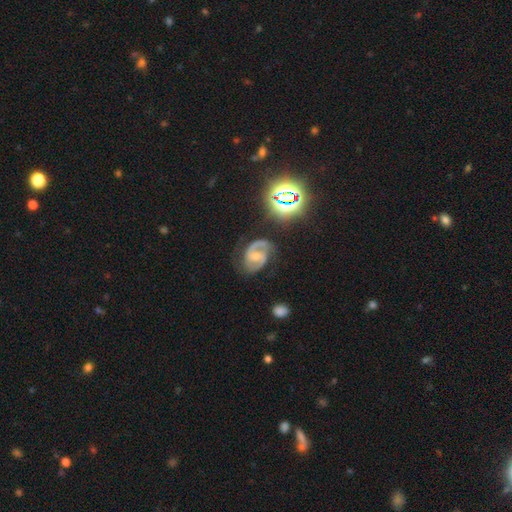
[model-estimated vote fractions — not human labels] smooth_or_featured: featured or disk (p=0.80) [alt: star or artifact p=0.13]
disk_edge_on: no (p=0.98) [alt: yes p=0.02]
bar: weak (p=0.47) [alt: no p=0.32]
has_spiral_arms: yes (p=0.97) [alt: no p=0.03]
spiral_winding: medium (p=0.53) [alt: tight p=0.34]
spiral_arm_count: 2 (p=0.87) [alt: can't tell p=0.04]
bulge_size: small (p=0.46) [alt: moderate p=0.45]
merging: none (p=0.73) [alt: minor disturbance p=0.17]